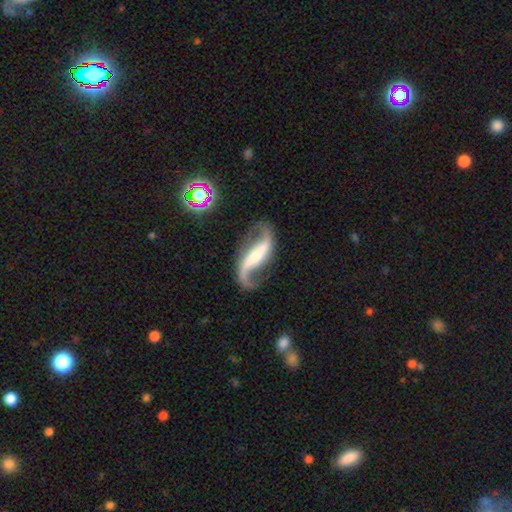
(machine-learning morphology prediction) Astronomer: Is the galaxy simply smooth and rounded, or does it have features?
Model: featured or disk — 88%.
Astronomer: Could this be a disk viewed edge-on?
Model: no — 92%.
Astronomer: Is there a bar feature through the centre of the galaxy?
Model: strong — 62%.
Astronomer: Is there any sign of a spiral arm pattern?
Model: yes — 96%.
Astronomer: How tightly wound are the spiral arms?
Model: loose — 83%.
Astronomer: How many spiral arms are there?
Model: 2 — 90%.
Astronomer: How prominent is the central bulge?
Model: small — 40% (runner-up: moderate, 27%).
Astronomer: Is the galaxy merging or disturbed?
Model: none — 71%.